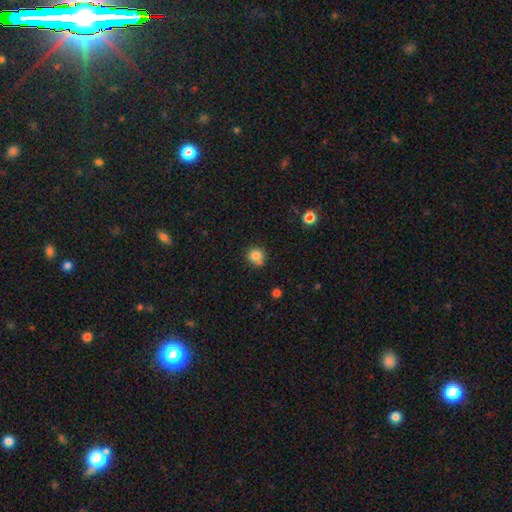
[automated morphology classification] smooth-or-featured: smooth: 81% | star or artifact: 12% | featured or disk: 8%
  how-rounded: round: 90% | in between: 9% | cigar-shaped: 1%
  merging: none: 66% | merger: 16% | minor disturbance: 14% | major disturbance: 4%